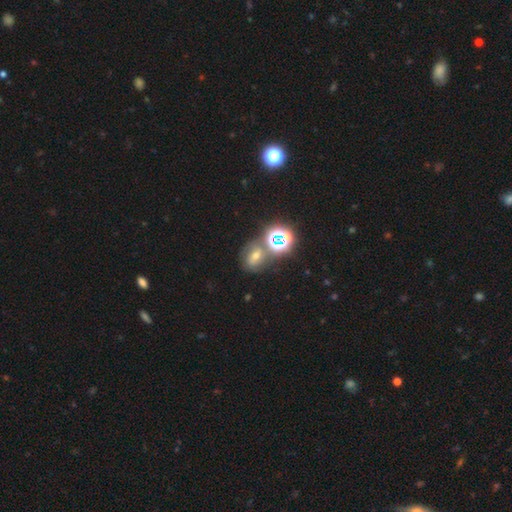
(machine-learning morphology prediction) Smooth or featured: star or artifact — 44% (smooth — 31%)